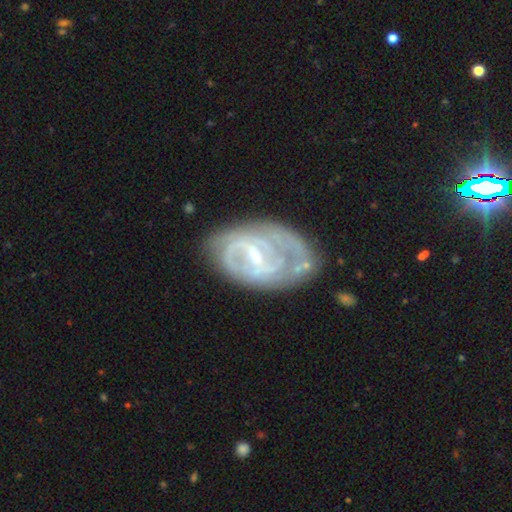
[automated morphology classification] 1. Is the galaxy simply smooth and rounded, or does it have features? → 84% featured or disk, 10% smooth, 6% star or artifact.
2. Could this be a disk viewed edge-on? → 96% no, 4% yes.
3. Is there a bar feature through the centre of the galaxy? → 51% weak, 30% strong, 19% no.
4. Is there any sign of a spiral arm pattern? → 86% yes, 14% no.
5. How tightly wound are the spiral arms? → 55% tight, 34% medium, 11% loose.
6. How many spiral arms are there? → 45% 2, 30% can't tell, 11% 3, 7% 1, 4% 4, 3% more than 4.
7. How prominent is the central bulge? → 58% small, 37% moderate, 2% none, 1% large, 1% dominant.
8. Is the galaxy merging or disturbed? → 55% none, 26% minor disturbance, 14% major disturbance, 4% merger.